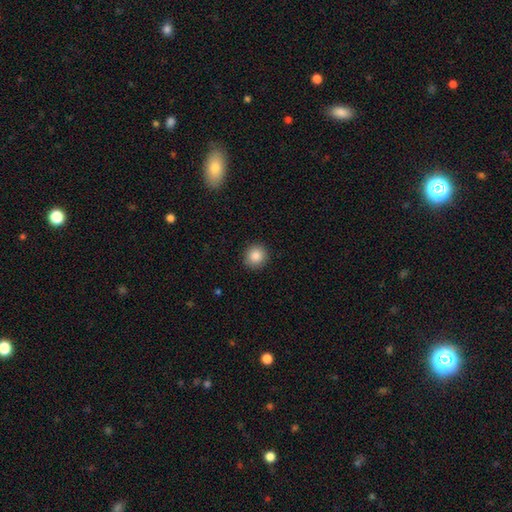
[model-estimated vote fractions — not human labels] Smooth or featured: smooth — 87% (star or artifact — 9%)
How rounded: round — 91% (in between — 8%)
Merging: none — 91% (minor disturbance — 6%)